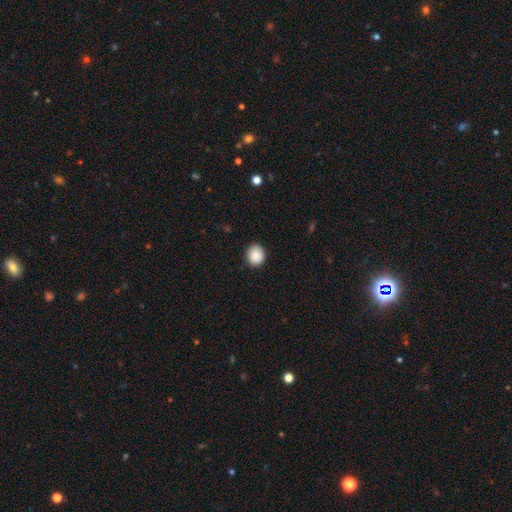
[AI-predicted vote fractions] Smooth or featured? Predicted: smooth (p=0.90). How rounded? Predicted: round (p=0.83). Merging? Predicted: none (p=0.88).